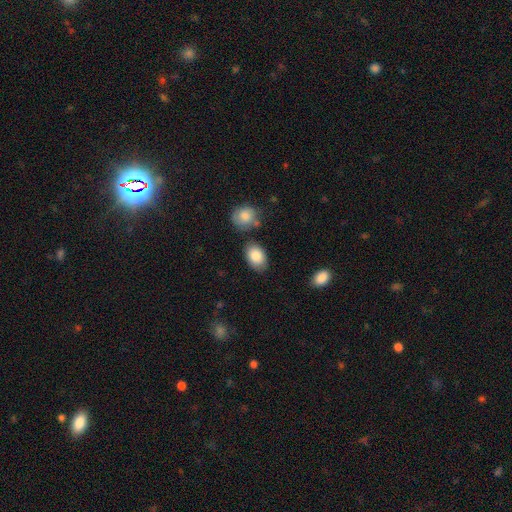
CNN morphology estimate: smooth_or_featured: smooth (p=0.86) [alt: featured or disk p=0.08]
how_rounded: in between (p=0.88) [alt: round p=0.11]
merging: none (p=0.75) [alt: minor disturbance p=0.15]